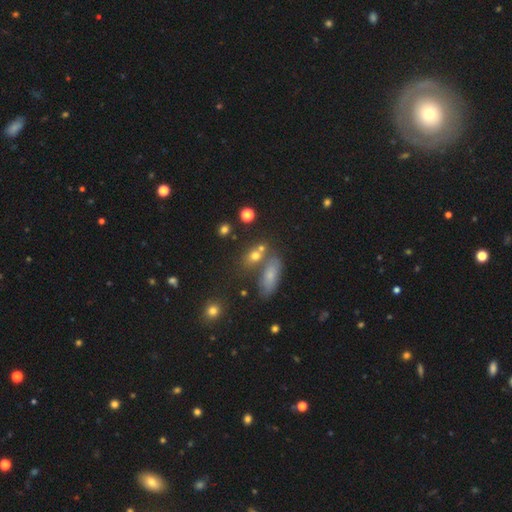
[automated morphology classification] smooth 69%, star or artifact 16%, featured or disk 15%. Down the decision tree: how rounded — in between (56%); merging — none (52%).